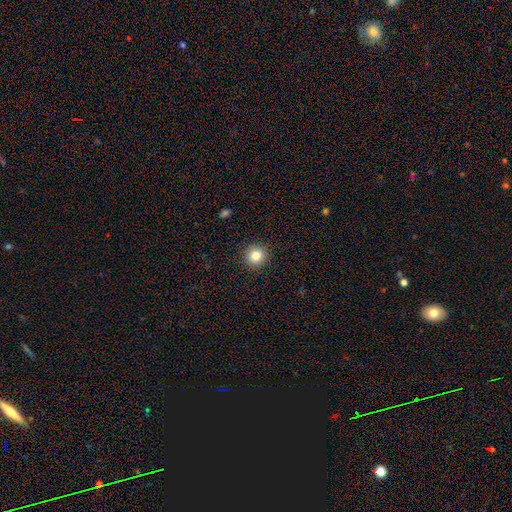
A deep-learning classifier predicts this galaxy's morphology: Smooth or featured? Predicted: smooth (p=0.83). How rounded? Predicted: round (p=0.94). Merging? Predicted: none (p=0.92).